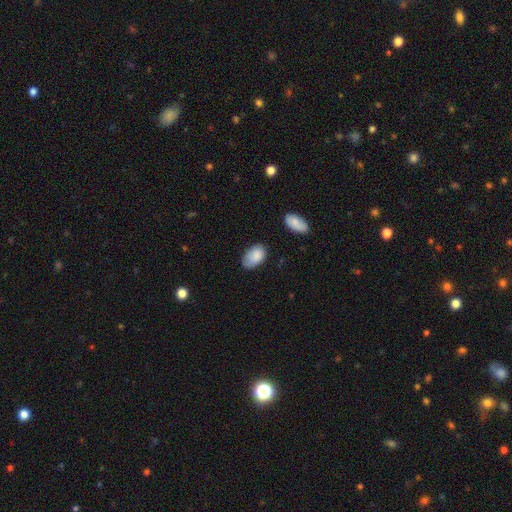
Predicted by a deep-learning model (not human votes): Smooth or featured? smooth (86%)
How rounded? in between (92%)
Merging? none (62%)